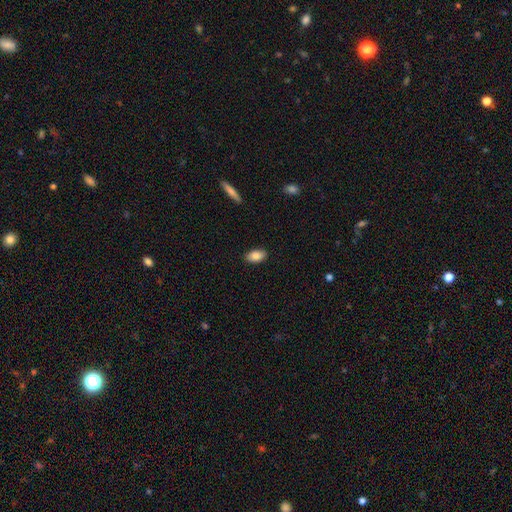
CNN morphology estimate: smooth_or_featured: smooth (p=0.85) [alt: featured or disk p=0.08]
how_rounded: in between (p=0.93) [alt: round p=0.04]
merging: none (p=0.89) [alt: minor disturbance p=0.08]